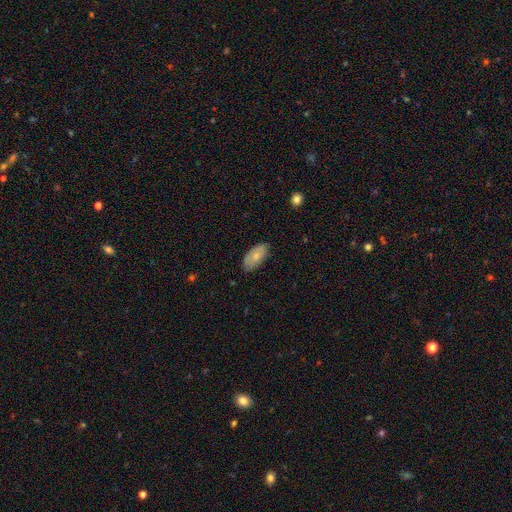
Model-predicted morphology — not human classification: A smooth galaxy with no disk features (70%) that is in between round and cigar-shaped (92%).

Vote fractions:
- Smooth or featured? smooth: 70% / featured or disk: 24% / star or artifact: 6%
- How rounded? in between: 92% / cigar-shaped: 5% / round: 3%
- Merging? none: 77% / minor disturbance: 19% / major disturbance: 3% / merger: 1%